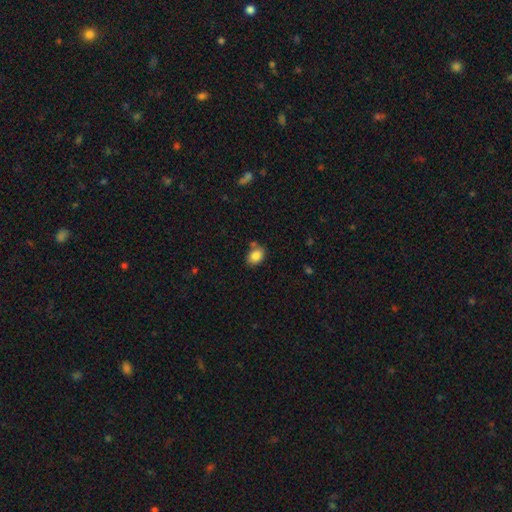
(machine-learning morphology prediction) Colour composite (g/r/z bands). It shows a smooth galaxy with no disk features (85%) that is in between round and cigar-shaped (68%). Merging: none (70%).